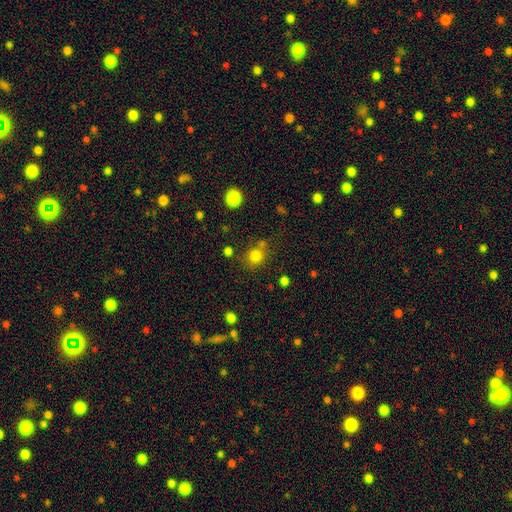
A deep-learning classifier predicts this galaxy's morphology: This appears to be a smooth galaxy with no disk features (79%) that is round (83%). Merging: none (69%).